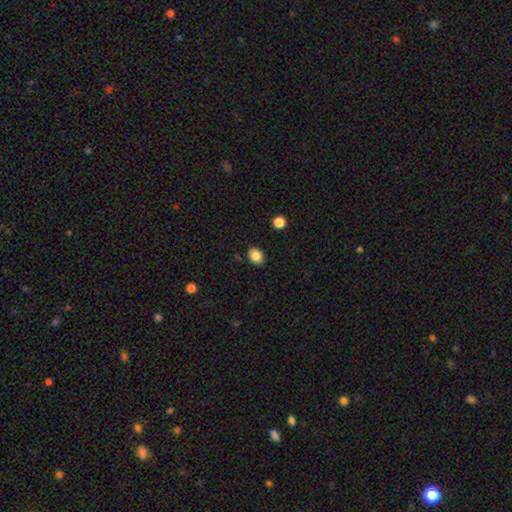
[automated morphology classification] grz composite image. It shows a smooth galaxy with no disk features (86%) that is in between round and cigar-shaped (69%). Merging: none (86%).